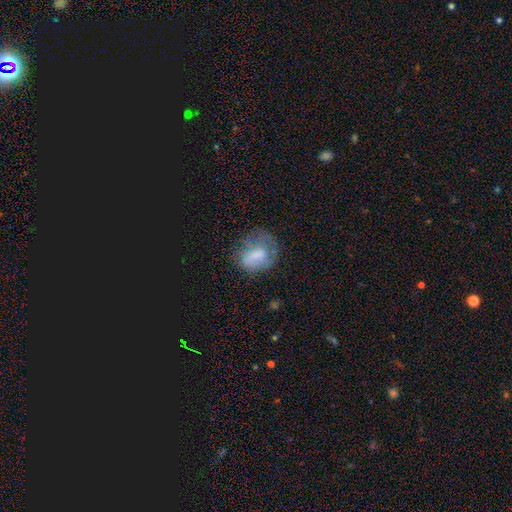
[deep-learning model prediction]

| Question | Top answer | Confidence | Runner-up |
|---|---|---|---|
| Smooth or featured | smooth | 54% | featured or disk (36%) |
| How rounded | in between | 60% | round (37%) |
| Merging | none | 41% | major disturbance (28%) |